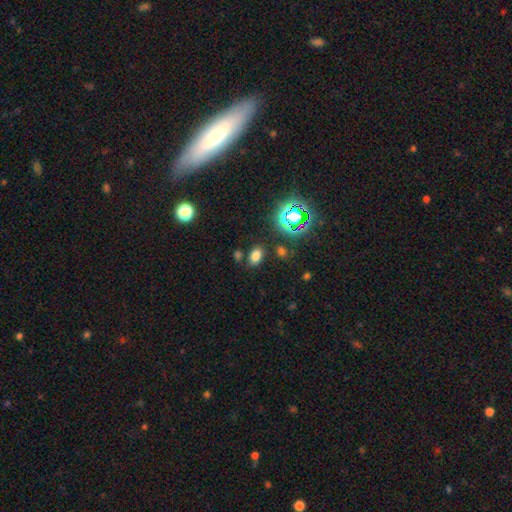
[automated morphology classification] This is likely a smooth galaxy (72%). How rounded: clearly in between (81%). Merging: likely none (80%).